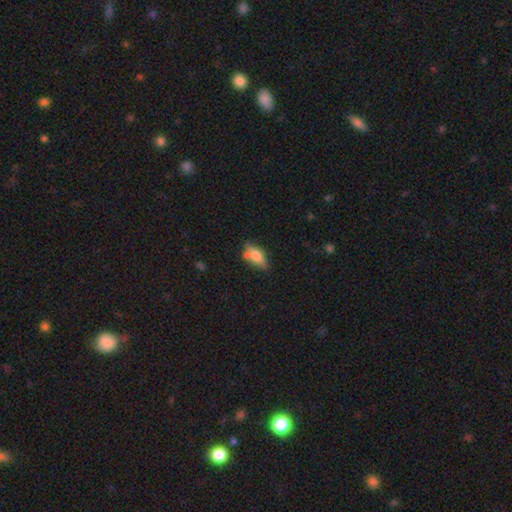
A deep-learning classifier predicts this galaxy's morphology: Smooth or featured? Predicted: smooth (p=0.71). How rounded? Predicted: in between (p=0.83). Merging? Predicted: none (p=0.60).